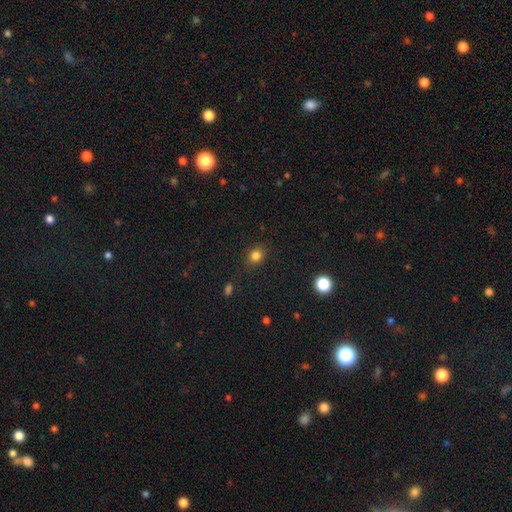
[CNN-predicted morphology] The model was most divided on "how rounded": round: 66%, in between: 33%, cigar-shaped: 1%. More confident: merging — none (84%); smooth or featured — smooth (81%).